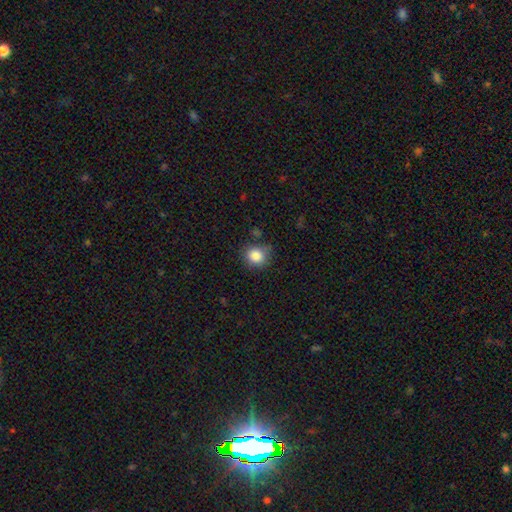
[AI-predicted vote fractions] A smooth galaxy with no disk features (84%) that is round (78%). Merging: none (75%).